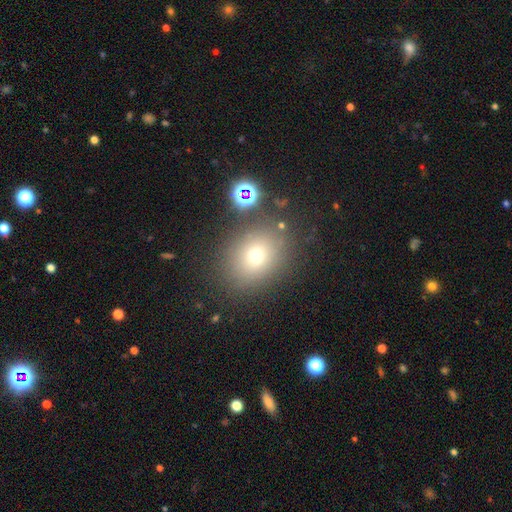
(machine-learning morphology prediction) Smooth or featured? Predicted: smooth (p=0.68). How rounded? Predicted: round (p=0.57). Merging? Predicted: none (p=0.79).